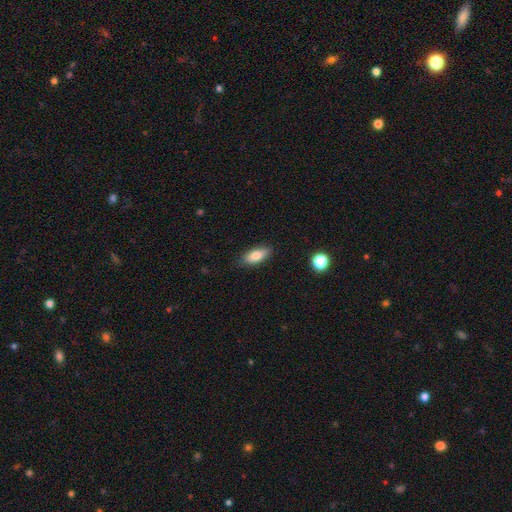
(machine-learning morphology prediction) This appears to be a smooth galaxy with no disk features (81%) that is in between round and cigar-shaped (80%). Merging: none (84%).